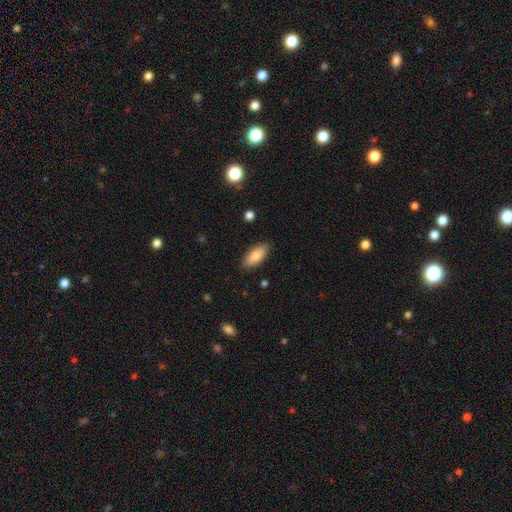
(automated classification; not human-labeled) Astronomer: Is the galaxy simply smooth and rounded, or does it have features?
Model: smooth — 82%.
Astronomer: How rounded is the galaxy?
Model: in between — 83%.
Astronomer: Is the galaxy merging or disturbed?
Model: none — 87%.